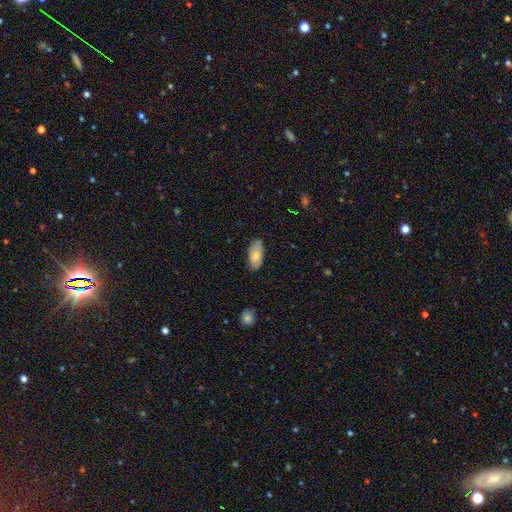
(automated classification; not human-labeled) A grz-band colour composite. It shows a smooth galaxy with no disk features (80%) that is in between round and cigar-shaped (90%). Merging: none (80%).